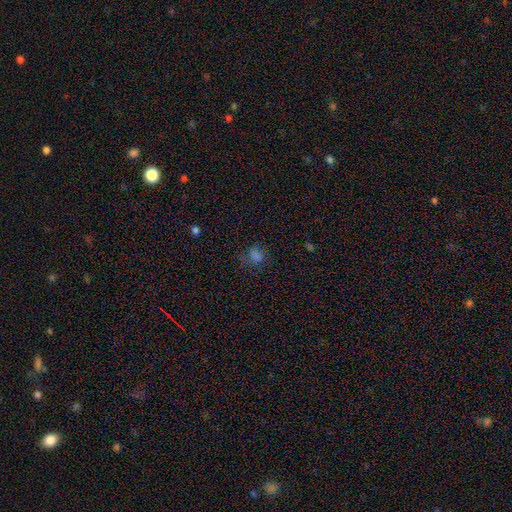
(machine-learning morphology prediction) This appears to be a smooth galaxy with no disk features (69%) that is round (68%). Merging: none (67%).